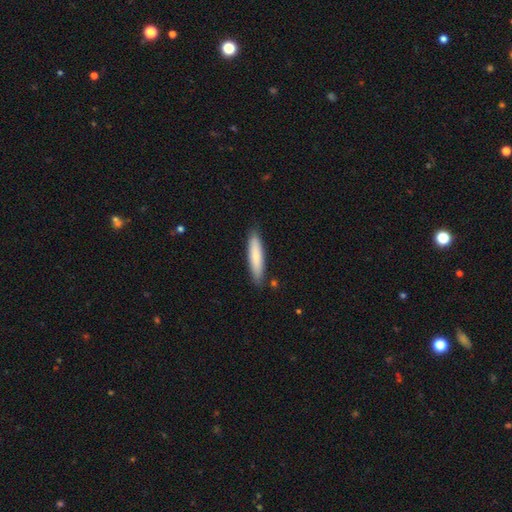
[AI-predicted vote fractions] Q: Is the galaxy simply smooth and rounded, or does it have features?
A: smooth — 77%.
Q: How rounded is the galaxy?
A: cigar-shaped — 80%.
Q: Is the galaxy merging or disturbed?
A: none — 86%.